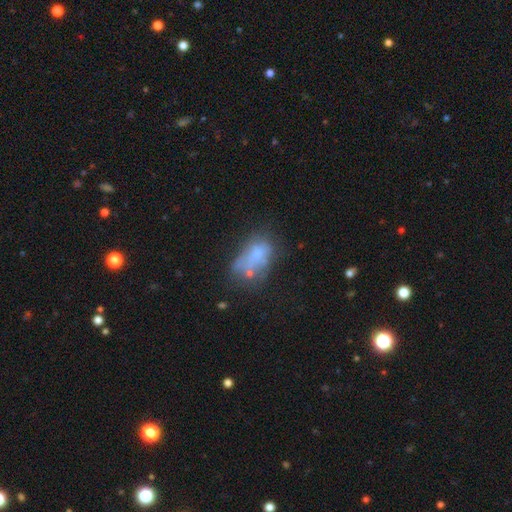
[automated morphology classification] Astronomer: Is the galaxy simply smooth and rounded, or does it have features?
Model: smooth — 53% (runner-up: featured or disk, 33%).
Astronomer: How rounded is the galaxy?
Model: in between — 84%.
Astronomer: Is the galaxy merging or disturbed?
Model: none — 29% (runner-up: major disturbance, 26%).